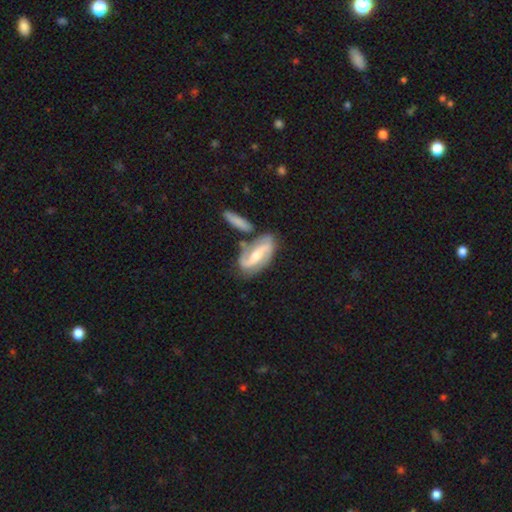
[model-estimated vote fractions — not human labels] Morphology: type=featured or disk (83%); edge-on=no (94%); bar=strong (42%); spiral arms=yes (96%); winding=medium (48%); arm count=2 (91%); bulge=moderate (54%); merging=none (65%).